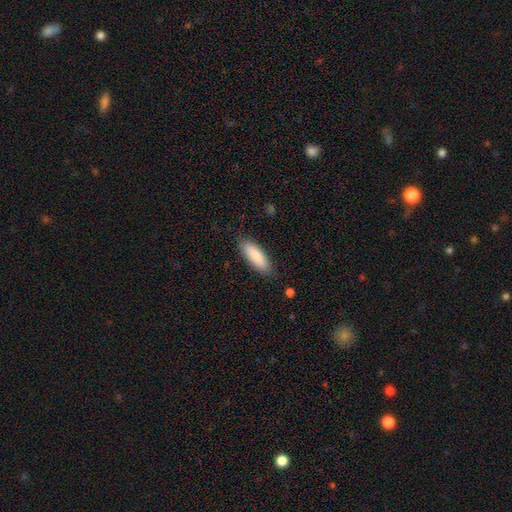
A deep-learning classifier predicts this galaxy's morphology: Smooth or featured? Predicted: smooth (p=0.85). How rounded? Predicted: in between (p=0.59). Merging? Predicted: none (p=0.85).